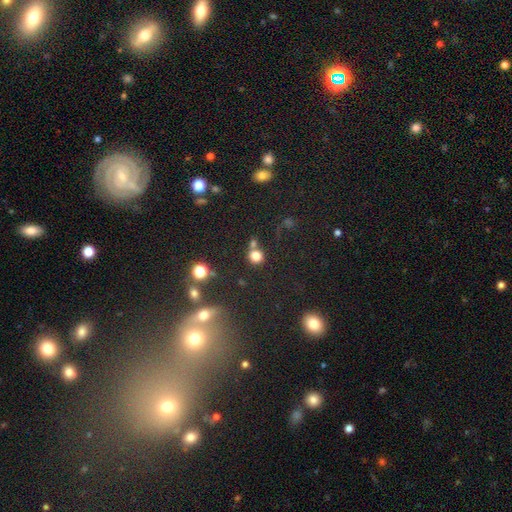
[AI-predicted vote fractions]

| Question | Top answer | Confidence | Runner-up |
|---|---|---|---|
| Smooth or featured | smooth | 77% | star or artifact (16%) |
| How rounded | round | 85% | in between (14%) |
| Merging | none | 62% | merger (24%) |